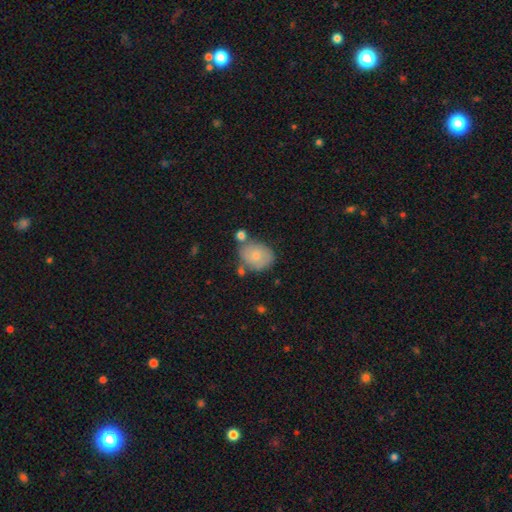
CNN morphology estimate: smooth_or_featured: smooth (p=0.71) [alt: featured or disk p=0.21]
how_rounded: in between (p=0.55) [alt: round p=0.44]
merging: none (p=0.57) [alt: minor disturbance p=0.22]